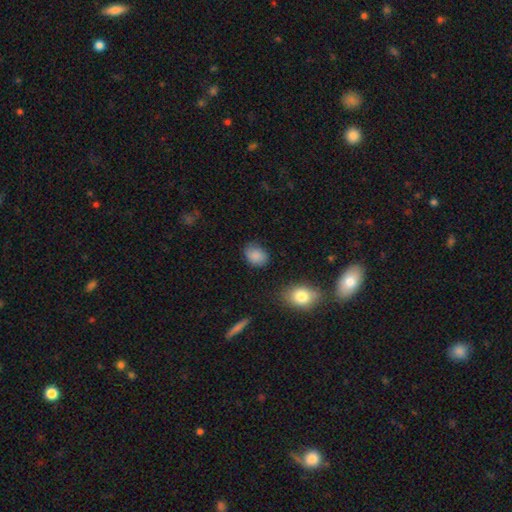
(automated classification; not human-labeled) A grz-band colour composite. It shows a smooth galaxy with no disk features (87%) that is in between round and cigar-shaped (66%). Merging: none (77%).